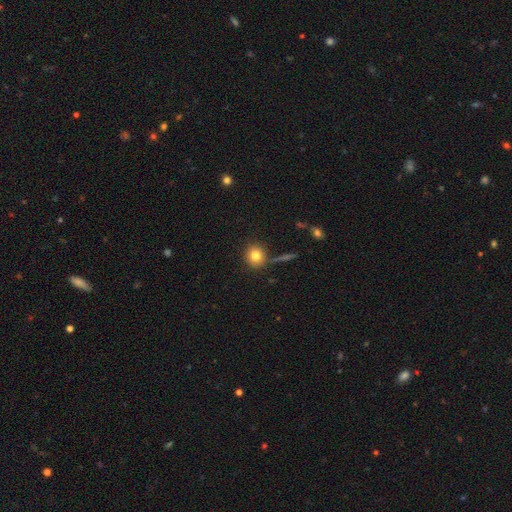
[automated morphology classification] smooth-or-featured: smooth: 79% | star or artifact: 11% | featured or disk: 10%
  how-rounded: round: 87% | in between: 12% | cigar-shaped: 1%
  merging: none: 79% | minor disturbance: 11% | merger: 6% | major disturbance: 4%